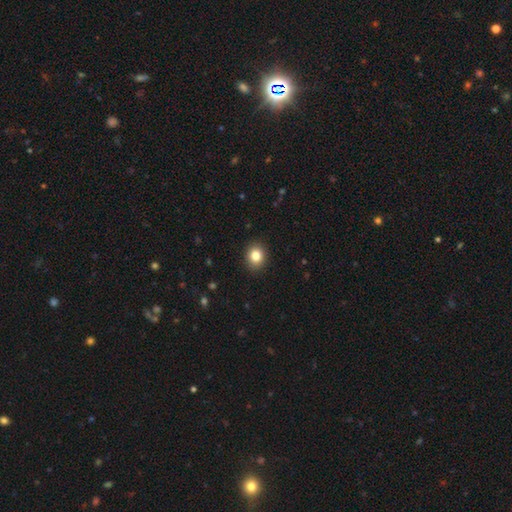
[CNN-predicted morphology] type=smooth (83%); roundness=round (66%); merging=none (91%).